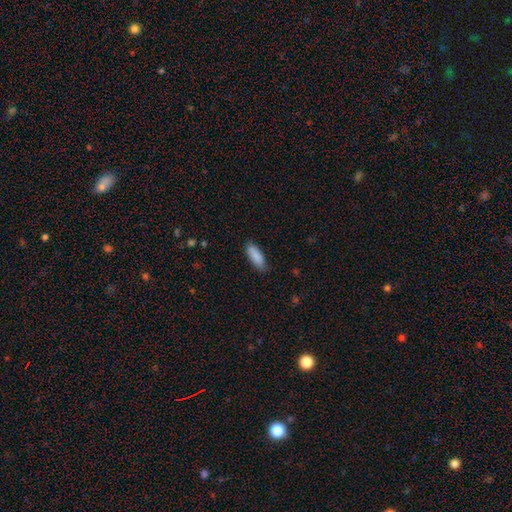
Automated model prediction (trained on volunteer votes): Smooth or featured?
  - smooth: 88% *
  - star or artifact: 6%
  - featured or disk: 6%
How rounded?
  - in between: 66% *
  - cigar-shaped: 33%
  - round: 2%
Merging?
  - none: 80% *
  - minor disturbance: 16%
  - major disturbance: 3%
  - merger: 1%